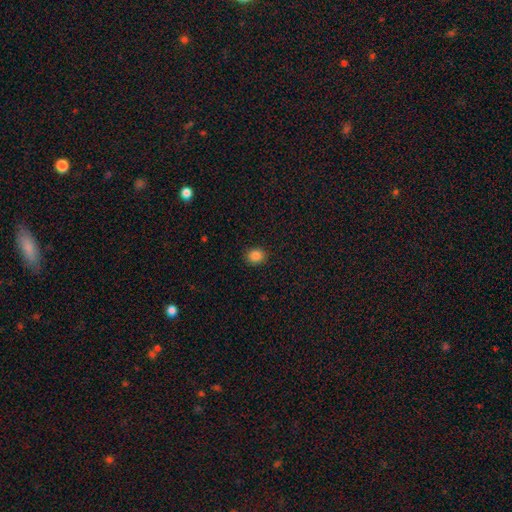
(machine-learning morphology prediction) This appears to be a smooth galaxy with no disk features (85%) that is round (69%). Merging: none (90%).